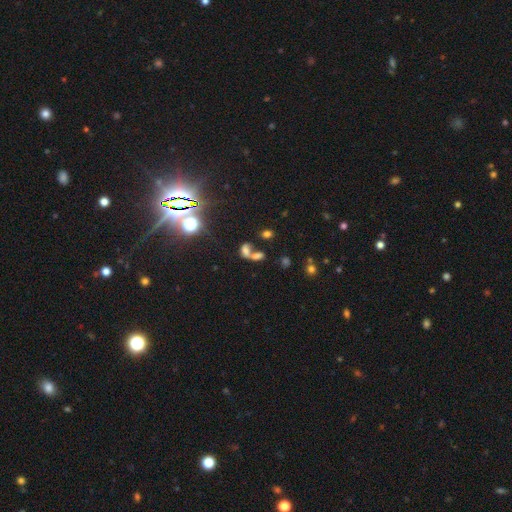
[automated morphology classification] Q: Smooth or featured?
A: smooth (54%); runner-up: star or artifact (30%)
Q: How rounded?
A: in between (73%); runner-up: round (21%)
Q: Merging?
A: merger (61%); runner-up: none (25%)